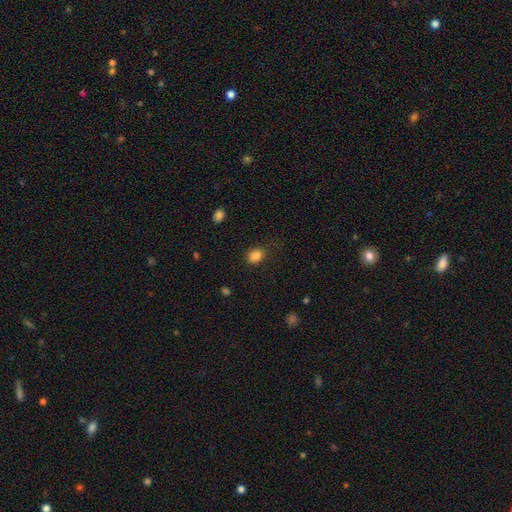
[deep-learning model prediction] A smooth galaxy with no disk features (85%) that is in between round and cigar-shaped (63%). Merging: none (76%).